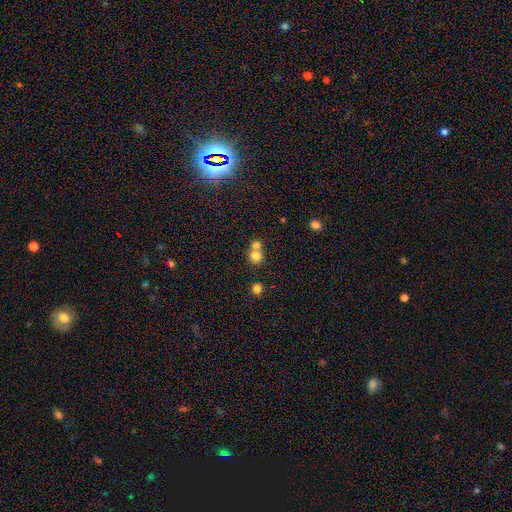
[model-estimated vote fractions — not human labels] A smooth galaxy with no disk features (77%) that is round (82%).

Vote fractions:
- Smooth or featured? smooth: 77% / star or artifact: 13% / featured or disk: 11%
- How rounded? round: 82% / in between: 17% / cigar-shaped: 1%
- Merging? merger: 54% / none: 39% / minor disturbance: 5% / major disturbance: 3%